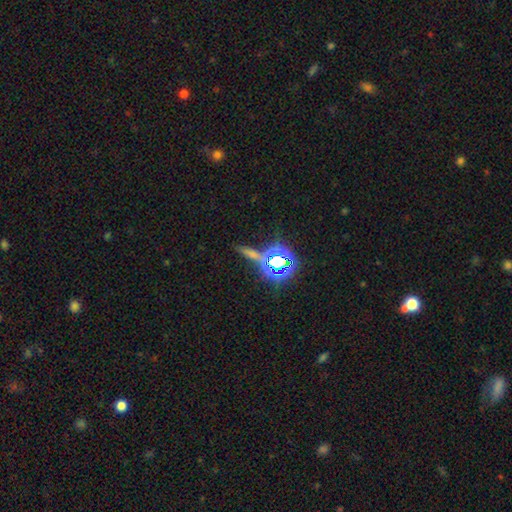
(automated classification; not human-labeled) A star or artifact, not a galaxy (58%).

Vote fractions:
- Smooth or featured? star or artifact: 58% / smooth: 26% / featured or disk: 16%